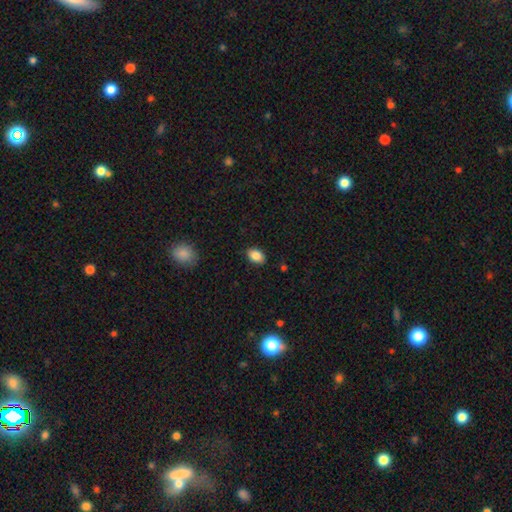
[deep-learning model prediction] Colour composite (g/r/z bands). It shows a smooth galaxy with no disk features (86%) that is in between round and cigar-shaped (84%). Merging: none (87%).